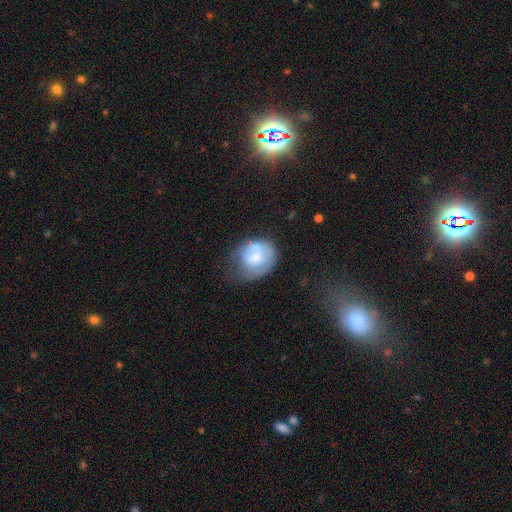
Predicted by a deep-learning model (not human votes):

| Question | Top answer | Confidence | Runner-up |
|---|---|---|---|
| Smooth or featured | smooth | 55% | featured or disk (38%) |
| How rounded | round | 63% | in between (36%) |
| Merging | none | 37% | minor disturbance (33%) |